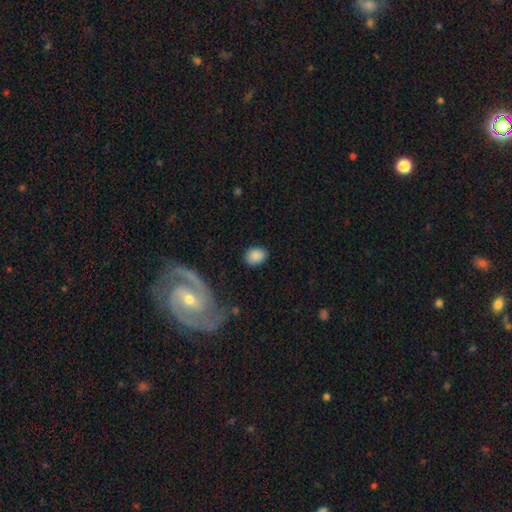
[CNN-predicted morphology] The model was most divided on "how rounded": in between: 58%, round: 41%, cigar-shaped: 1%. More confident: smooth or featured — smooth (87%); merging — none (83%).